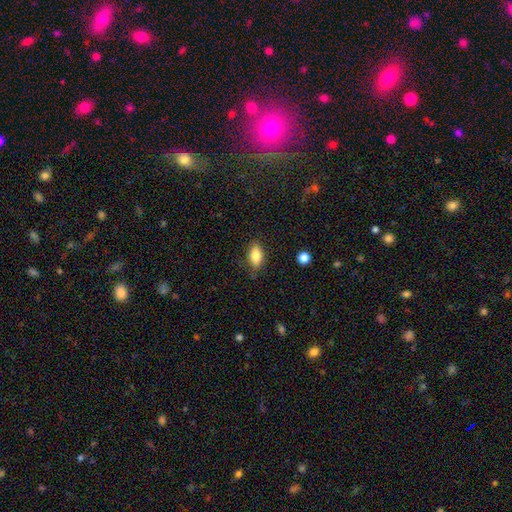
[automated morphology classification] smooth-or-featured: smooth: 82% | featured or disk: 10% | star or artifact: 8%
  how-rounded: in between: 86% | cigar-shaped: 8% | round: 6%
  merging: none: 81% | minor disturbance: 14% | major disturbance: 3% | merger: 1%